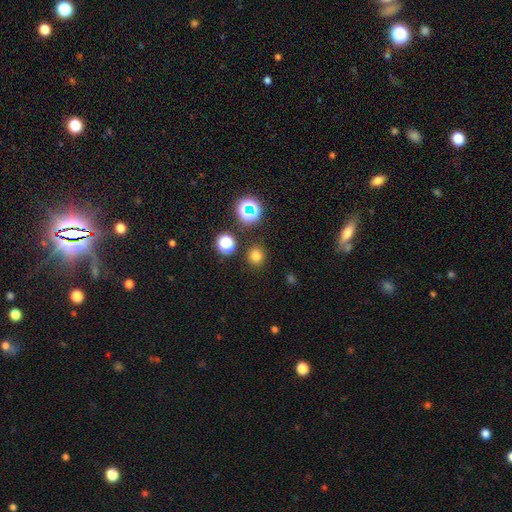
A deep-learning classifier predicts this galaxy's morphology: Smooth or featured?
  - smooth: 74% *
  - star or artifact: 21%
  - featured or disk: 6%
How rounded?
  - round: 88% *
  - in between: 11%
  - cigar-shaped: 1%
Merging?
  - none: 86% *
  - minor disturbance: 7%
  - merger: 3%
  - major disturbance: 3%